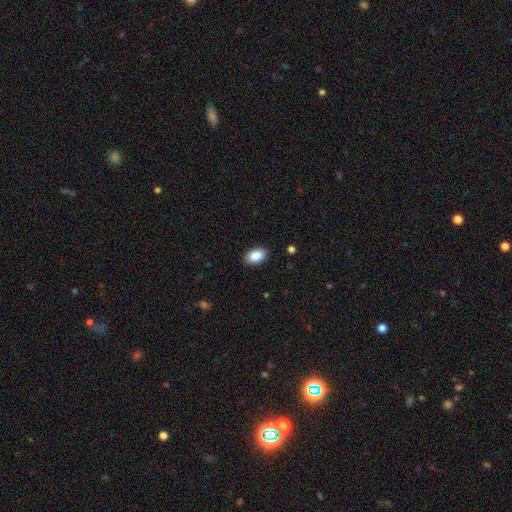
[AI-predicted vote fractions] Q: Smooth or featured?
A: smooth (89%); runner-up: star or artifact (7%)
Q: How rounded?
A: in between (92%); runner-up: round (7%)
Q: Merging?
A: none (88%); runner-up: minor disturbance (9%)